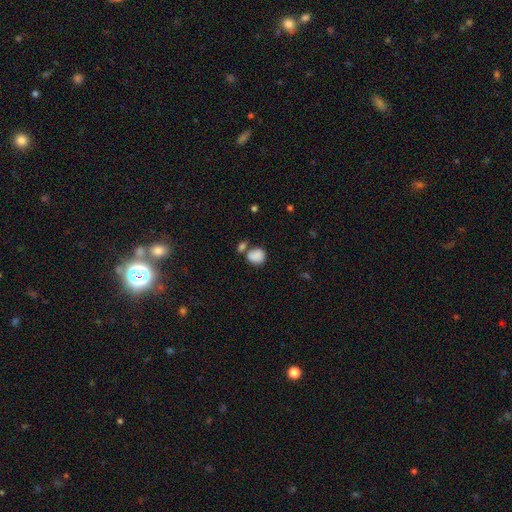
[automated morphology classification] Smooth or featured?
  - smooth: 85% *
  - star or artifact: 8%
  - featured or disk: 6%
How rounded?
  - round: 63% *
  - in between: 36%
  - cigar-shaped: 1%
Merging?
  - none: 46% *
  - merger: 33%
  - minor disturbance: 15%
  - major disturbance: 6%